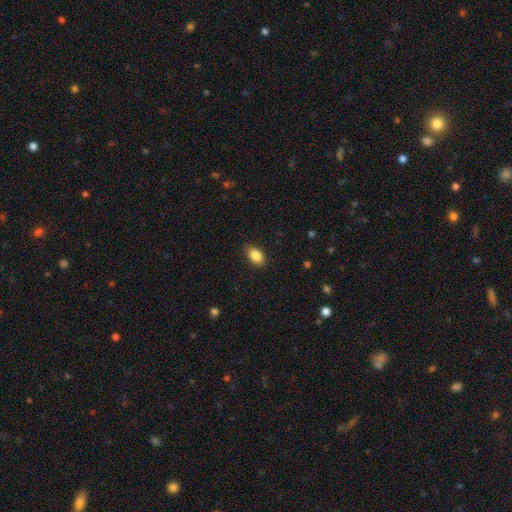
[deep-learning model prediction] Smooth or featured: smooth — 87% (star or artifact — 8%)
How rounded: in between — 86% (round — 13%)
Merging: none — 84% (minor disturbance — 12%)